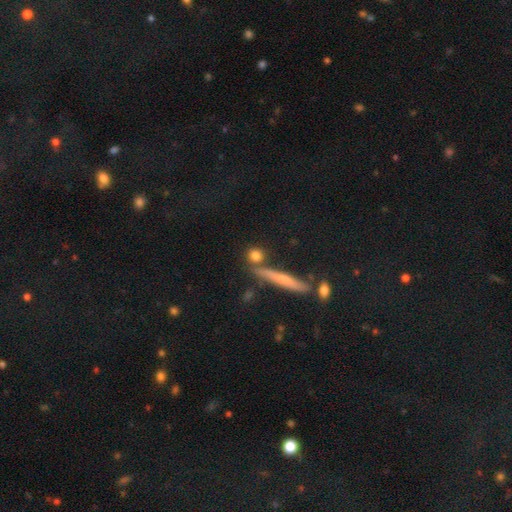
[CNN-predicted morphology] Smooth or featured? Predicted: smooth (p=0.78). How rounded? Predicted: round (p=0.72). Merging? Predicted: none (p=0.72).